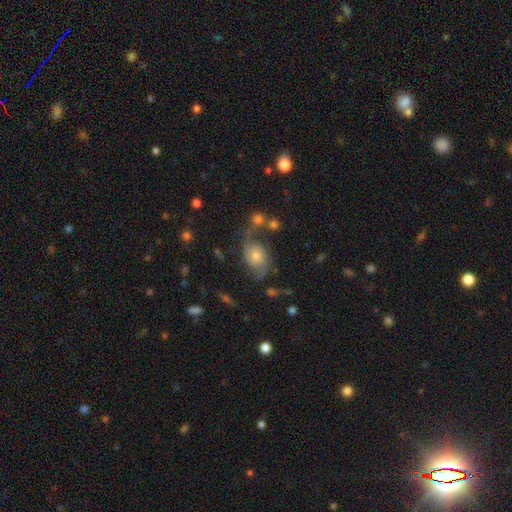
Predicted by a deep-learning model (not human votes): This appears to be a featured or disk galaxy (59%) with no bar (77%), spiral arms (87%) and a moderate central bulge (49%). Merging: none (55%).